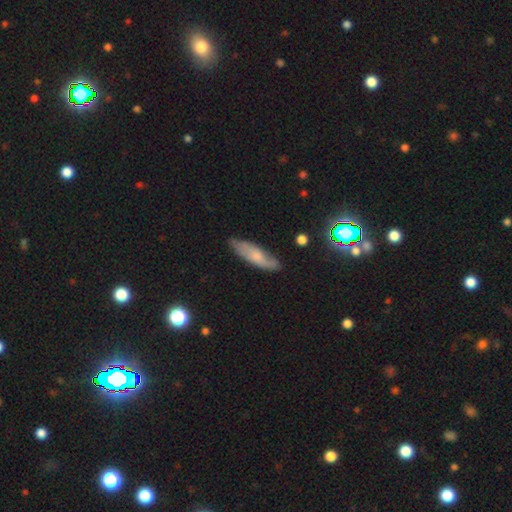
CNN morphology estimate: A smooth galaxy with no disk features (55%) that is cigar-shaped (53%). Merging: none (72%).